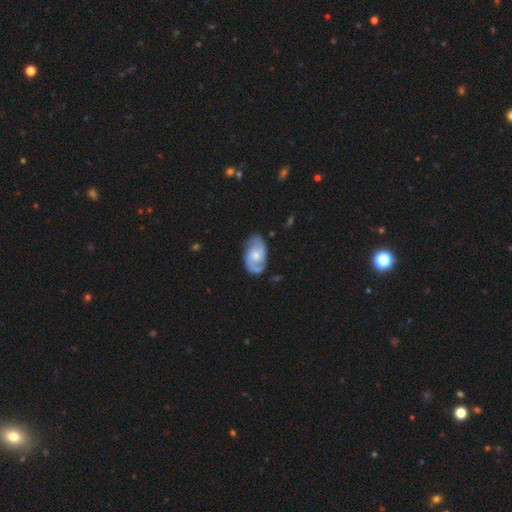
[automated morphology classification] Smooth or featured: featured or disk — 75% (smooth — 20%)
Edge-on disk: no — 97% (yes — 3%)
Bar: no — 56% (weak — 38%)
Spiral arms: yes — 93% (no — 7%)
Spiral winding: medium — 48% (loose — 26%)
Spiral arm count: 2 — 82% (can't tell — 8%)
Bulge size: moderate — 48% (small — 37%)
Merging: none — 70% (minor disturbance — 21%)